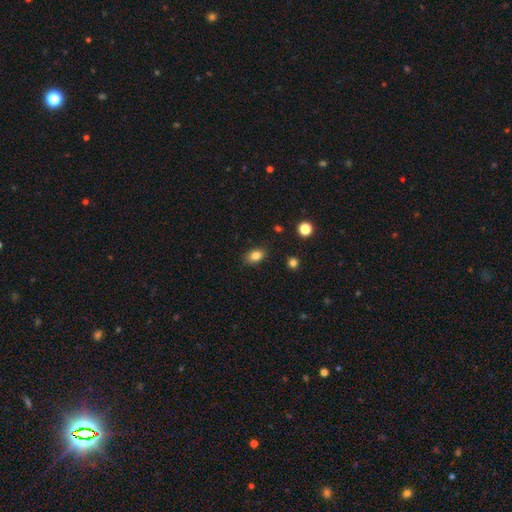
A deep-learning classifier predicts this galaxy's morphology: A smooth galaxy with no disk features (83%) that is in between round and cigar-shaped (79%). Merging: none (85%).